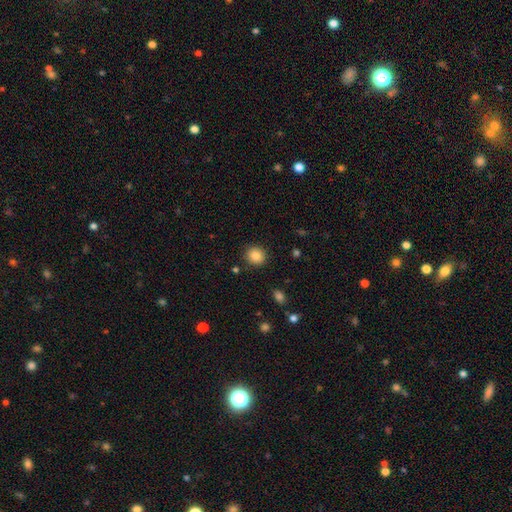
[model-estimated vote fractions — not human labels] Q: Smooth or featured?
A: smooth (85%); runner-up: star or artifact (9%)
Q: How rounded?
A: round (88%); runner-up: in between (11%)
Q: Merging?
A: none (89%); runner-up: minor disturbance (7%)